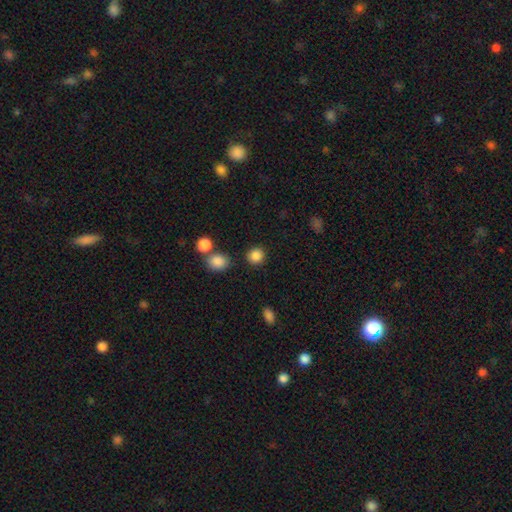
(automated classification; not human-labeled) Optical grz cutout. It shows a smooth galaxy with no disk features (86%) that is round (86%). Merging: none (83%).